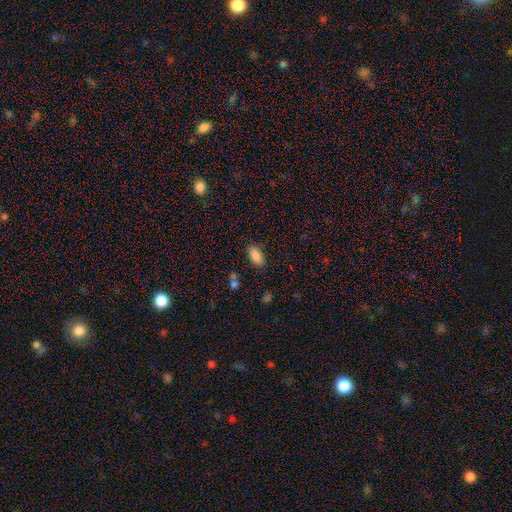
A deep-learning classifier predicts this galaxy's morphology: Smooth or featured: smooth — 86% (star or artifact — 9%)
How rounded: in between — 92% (cigar-shaped — 4%)
Merging: none — 84% (minor disturbance — 11%)